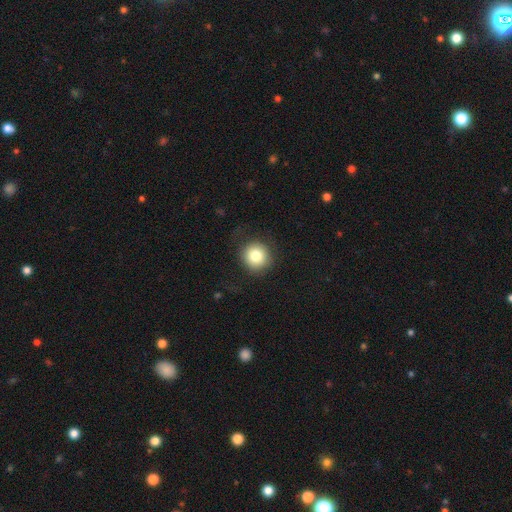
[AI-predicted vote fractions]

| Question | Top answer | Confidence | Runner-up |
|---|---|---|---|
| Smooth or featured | smooth | 80% | star or artifact (10%) |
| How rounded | round | 93% | in between (6%) |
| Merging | none | 84% | minor disturbance (10%) |